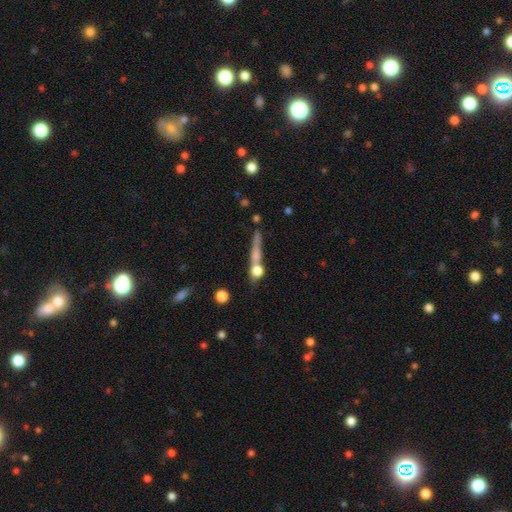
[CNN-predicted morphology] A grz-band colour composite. It shows a smooth galaxy with no disk features (46%). Merging: none (56%).